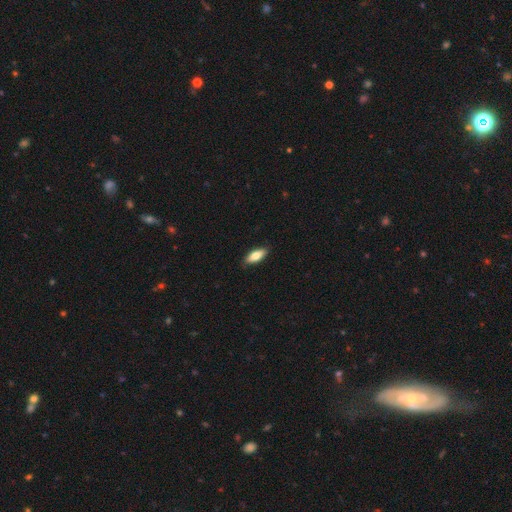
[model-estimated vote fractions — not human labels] Smooth or featured: smooth — 75% (featured or disk — 19%)
How rounded: in between — 73% (cigar-shaped — 25%)
Merging: none — 87% (minor disturbance — 10%)